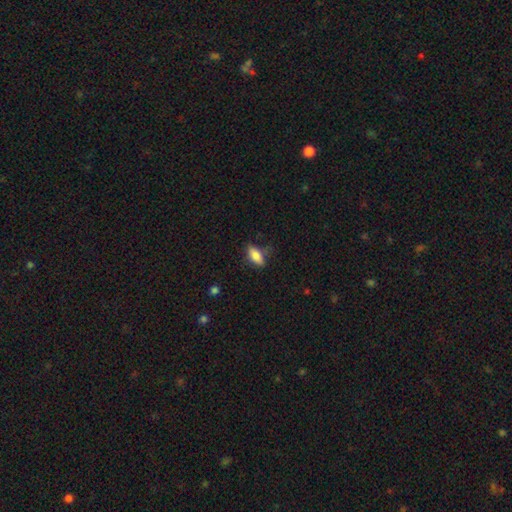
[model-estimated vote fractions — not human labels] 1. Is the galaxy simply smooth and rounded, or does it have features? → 80% smooth, 12% featured or disk, 8% star or artifact.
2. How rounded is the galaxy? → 81% in between, 16% cigar-shaped, 3% round.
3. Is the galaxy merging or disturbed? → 70% none, 22% minor disturbance, 6% major disturbance, 2% merger.